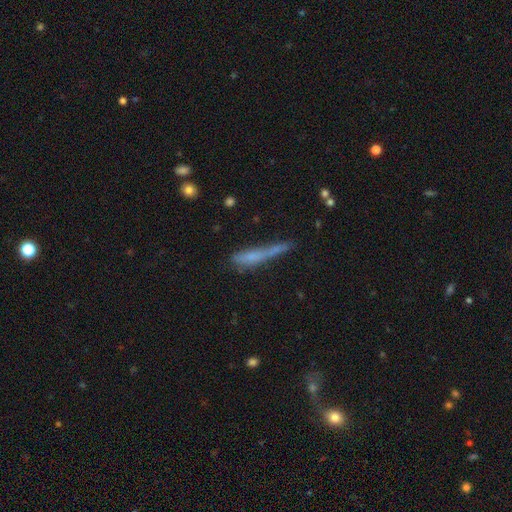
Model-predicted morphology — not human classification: type=smooth (56%); roundness=cigar-shaped (90%); merging=none (48%).